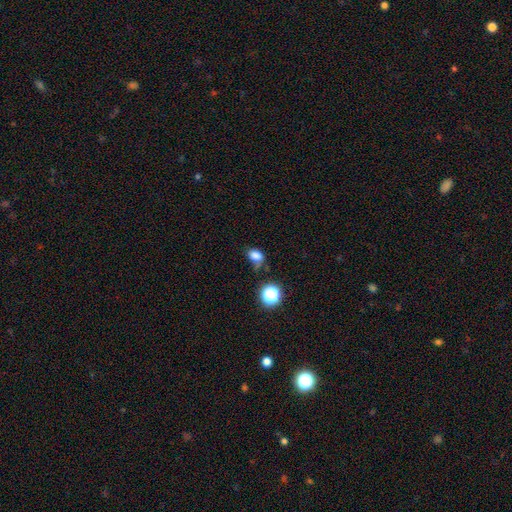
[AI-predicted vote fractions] Q: Smooth or featured?
A: smooth (78%); runner-up: star or artifact (15%)
Q: How rounded?
A: in between (66%); runner-up: round (33%)
Q: Merging?
A: none (52%); runner-up: minor disturbance (29%)